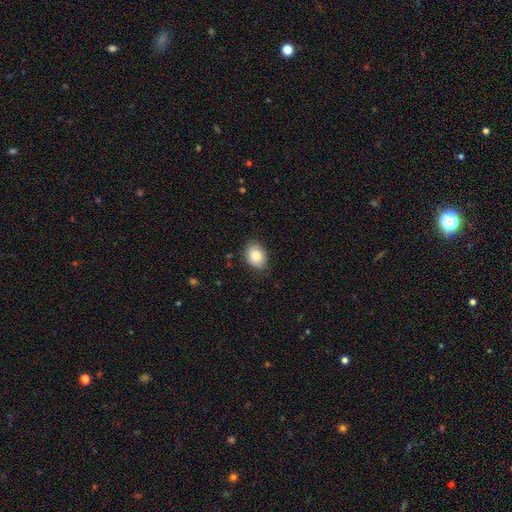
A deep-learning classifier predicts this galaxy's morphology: This appears to be a smooth galaxy with no disk features (80%) that is in between round and cigar-shaped (70%). Merging: none (79%).